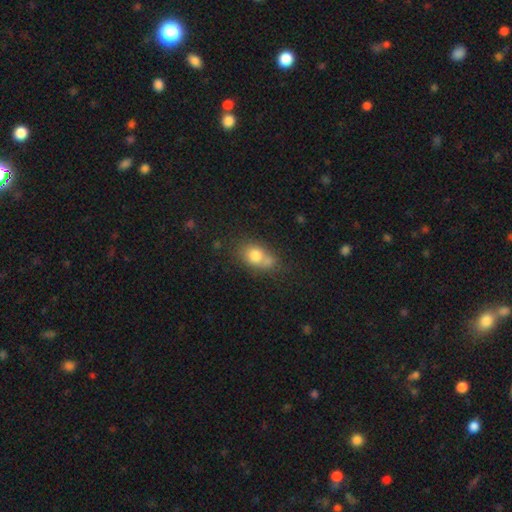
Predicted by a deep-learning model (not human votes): Overall: smooth (76%). How rounded: in between (60%; round 37%). Merging: none (41%; merger 34%).